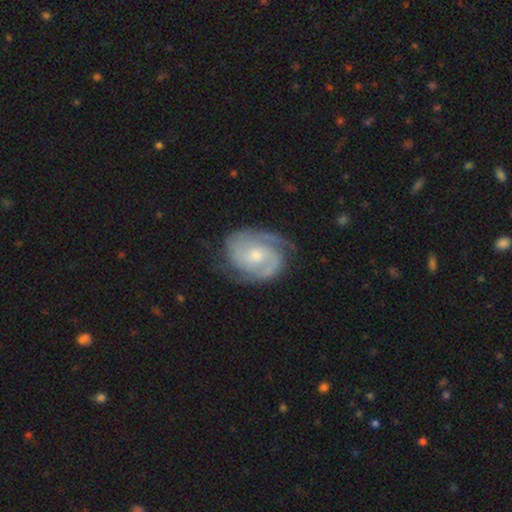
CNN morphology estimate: A featured or disk galaxy (89%) with no bar (58%), 2 (77%) tight (51%) spiral arms (97%) and a moderate central bulge (58%).

Vote fractions:
- Smooth or featured? featured or disk: 89% / smooth: 7% / star or artifact: 4%
- Edge-on disk? no: 98% / yes: 2%
- Bar? no: 58% / weak: 35% / strong: 7%
- Spiral arms? yes: 97% / no: 3%
- Spiral winding? tight: 51% / medium: 41% / loose: 8%
- Spiral arm count? 2: 77% / 3: 10% / can't tell: 7% / 1: 3% / 4: 2% / more than 4: 2%
- Bulge size? moderate: 58% / small: 34% / large: 4% / none: 3% / dominant: 1%
- Merging? none: 74% / minor disturbance: 19% / major disturbance: 7% / merger: 1%